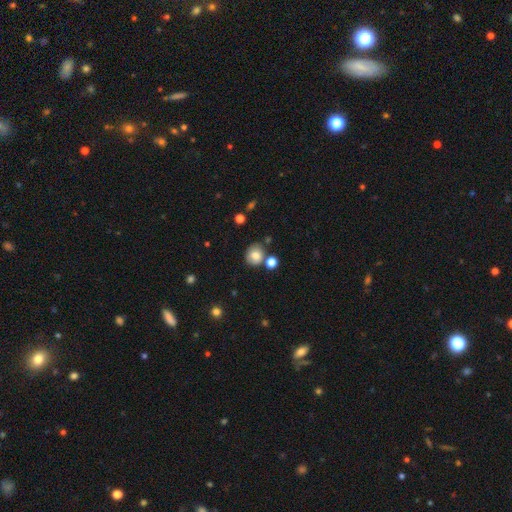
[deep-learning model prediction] This is likely a smooth galaxy (79%). How rounded: clearly round (81%). Merging: likely none (74%).